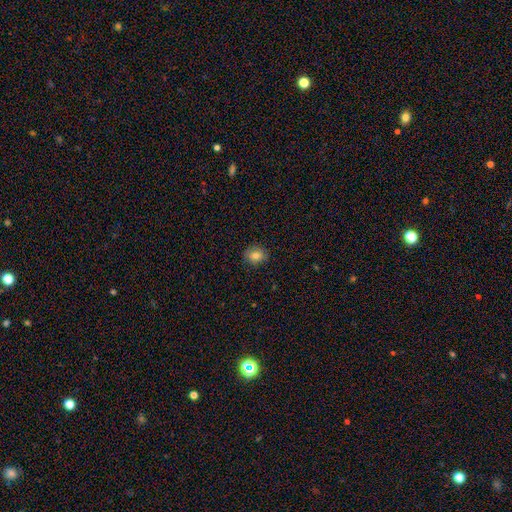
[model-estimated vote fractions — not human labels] Smooth or featured? smooth (78%)
How rounded? round (57%)
Merging? none (87%)